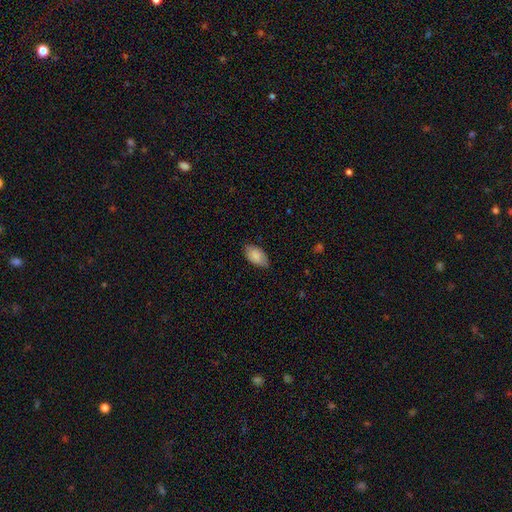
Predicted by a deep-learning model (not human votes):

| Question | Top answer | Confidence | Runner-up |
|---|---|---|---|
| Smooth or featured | smooth | 84% | featured or disk (10%) |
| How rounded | in between | 95% | round (3%) |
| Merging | none | 78% | minor disturbance (19%) |